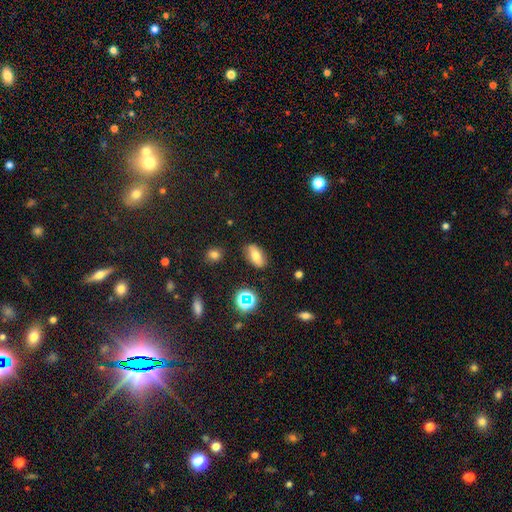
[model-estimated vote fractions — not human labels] smooth_or_featured: smooth (p=0.64) [alt: featured or disk p=0.22]
how_rounded: in between (p=0.83) [alt: cigar-shaped p=0.09]
merging: none (p=0.82) [alt: minor disturbance p=0.13]